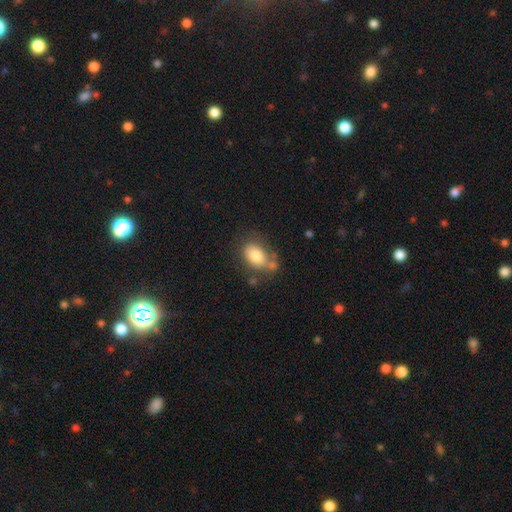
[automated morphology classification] This appears to be a smooth galaxy with no disk features (79%) that is in between round and cigar-shaped (83%). Merging: none (52%).